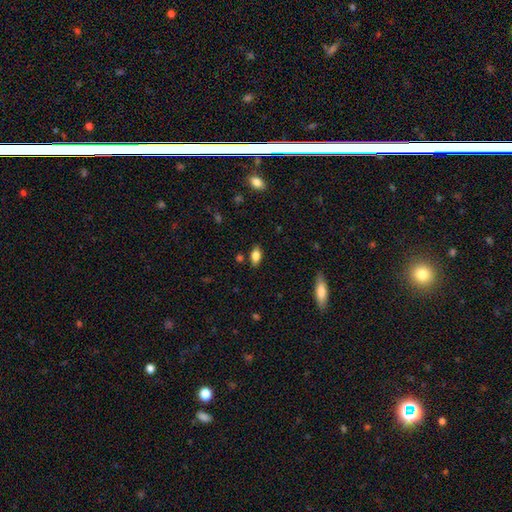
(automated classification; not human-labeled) This is likely a smooth galaxy (79%). How rounded: clearly in between (88%). Merging: clearly none (84%).